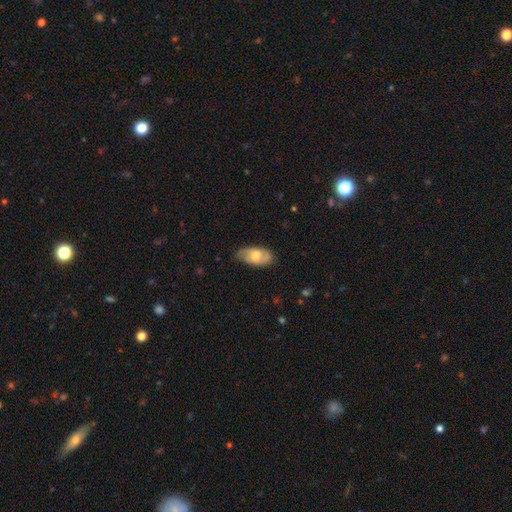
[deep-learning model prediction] smooth 48%, featured or disk 46%, star or artifact 6%. Down the decision tree: merging — none (69%).